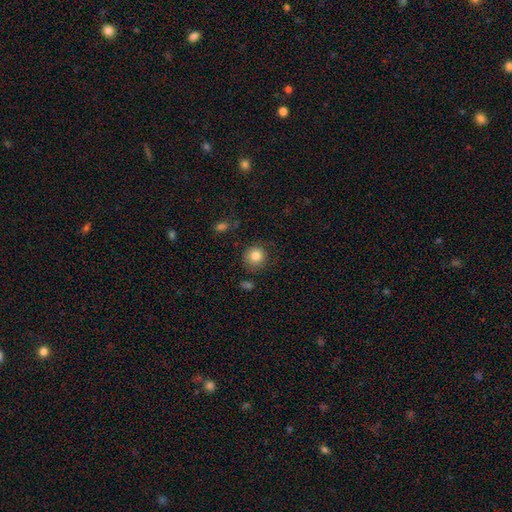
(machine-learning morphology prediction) Overall: smooth (82%). How rounded: round (90%). Merging: none (79%).